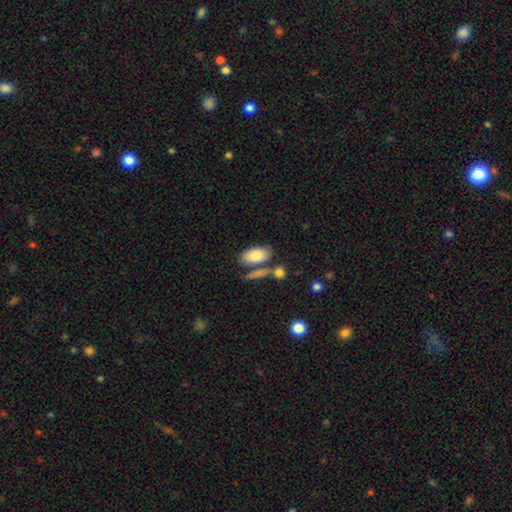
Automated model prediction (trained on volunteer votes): A smooth galaxy with no disk features (81%) that is in between round and cigar-shaped (92%).

Vote fractions:
- Smooth or featured? smooth: 81% / featured or disk: 13% / star or artifact: 6%
- How rounded? in between: 92% / cigar-shaped: 5% / round: 4%
- Merging? none: 57% / merger: 24% / minor disturbance: 14% / major disturbance: 5%